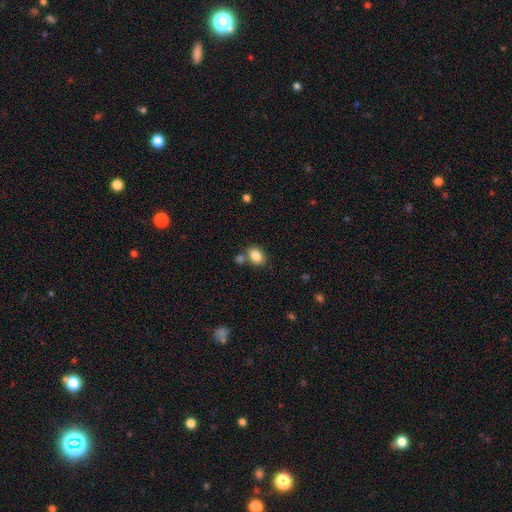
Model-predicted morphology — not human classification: Smooth or featured? smooth (85%)
How rounded? in between (69%)
Merging? none (63%)